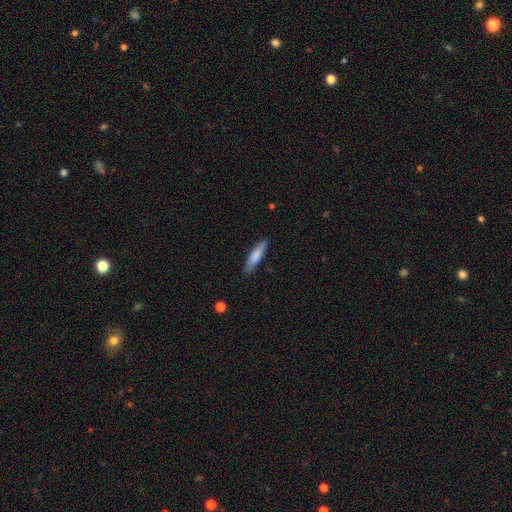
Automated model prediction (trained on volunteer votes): smooth 76%, featured or disk 19%, star or artifact 6%. Down the decision tree: how rounded — cigar-shaped (78%); merging — none (85%).